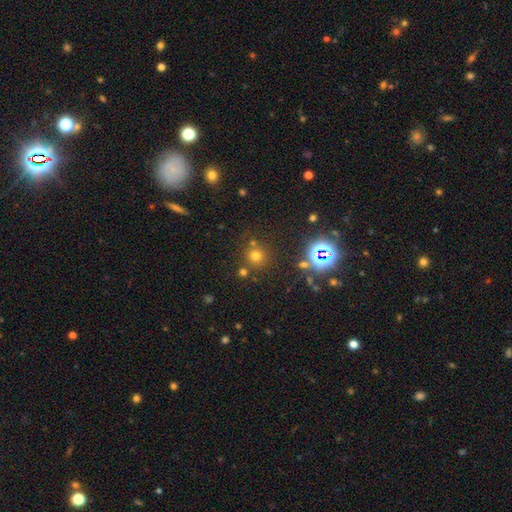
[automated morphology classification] Smooth or featured? Predicted: smooth (p=0.64). How rounded? Predicted: round (p=0.91). Merging? Predicted: none (p=0.77).